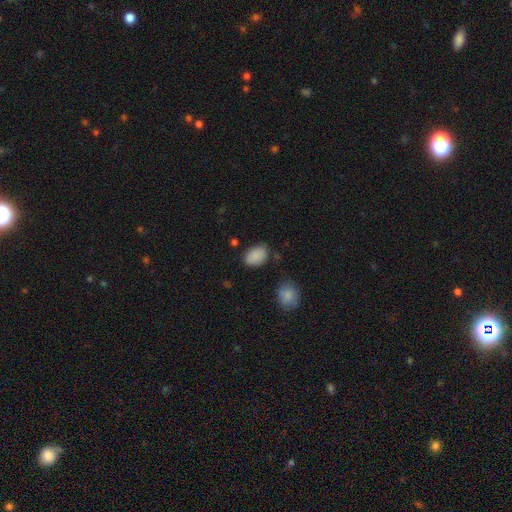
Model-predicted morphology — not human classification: Smooth or featured? smooth (86%)
How rounded? in between (83%)
Merging? none (71%)